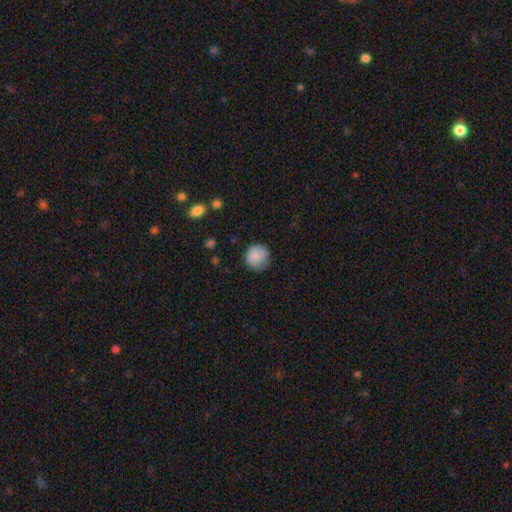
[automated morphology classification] Smooth or featured: smooth — 84% (featured or disk — 8%)
How rounded: round — 89% (in between — 10%)
Merging: none — 74% (minor disturbance — 21%)